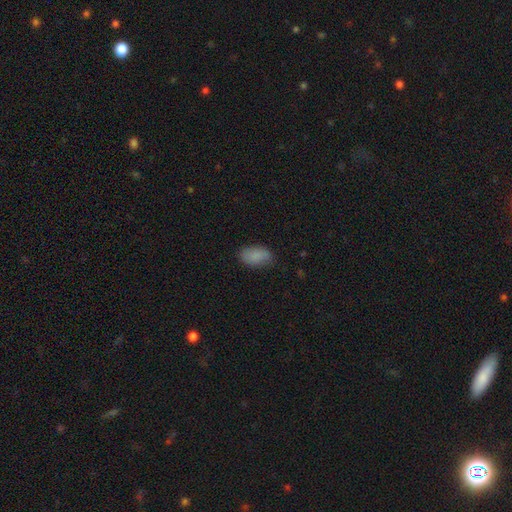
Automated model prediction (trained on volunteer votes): smooth-or-featured: smooth: 86% | star or artifact: 8% | featured or disk: 6%
  how-rounded: in between: 93% | round: 5% | cigar-shaped: 2%
  merging: none: 79% | minor disturbance: 17% | major disturbance: 4% | merger: 1%